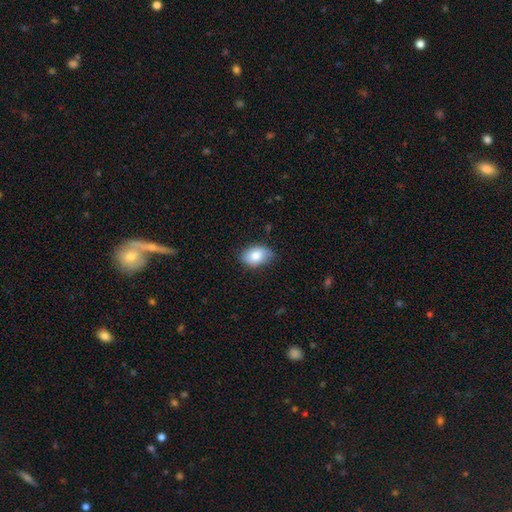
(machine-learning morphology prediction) smooth 82%, featured or disk 11%, star or artifact 7%. Down the decision tree: how rounded — in between (85%); merging — none (74%).